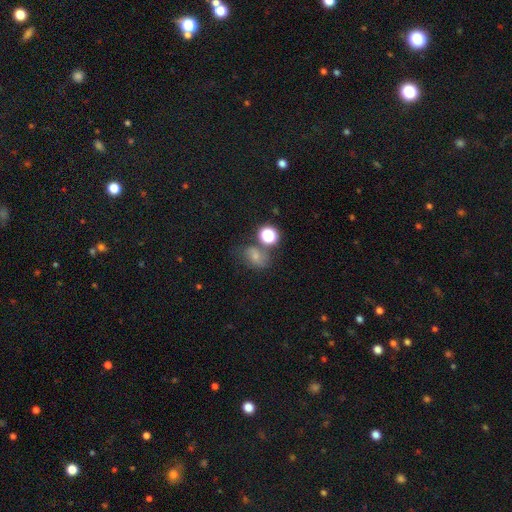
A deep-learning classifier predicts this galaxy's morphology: Smooth or featured?
  - smooth: 61% *
  - star or artifact: 21%
  - featured or disk: 18%
How rounded?
  - in between: 57% *
  - round: 42%
  - cigar-shaped: 1%
Merging?
  - none: 51% *
  - minor disturbance: 21%
  - merger: 17%
  - major disturbance: 11%